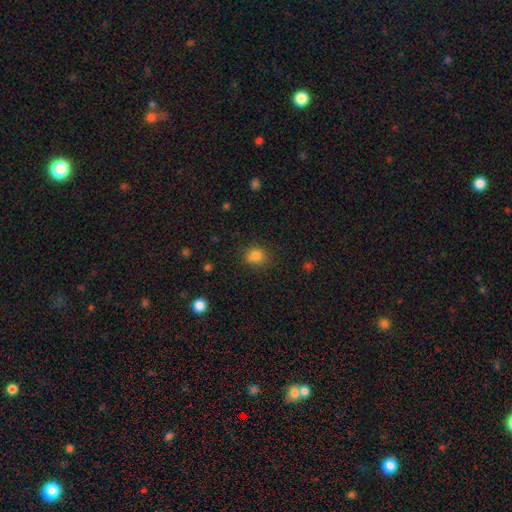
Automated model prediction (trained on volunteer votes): Smooth or featured? Predicted: smooth (p=0.82). How rounded? Predicted: round (p=0.72). Merging? Predicted: none (p=0.78).